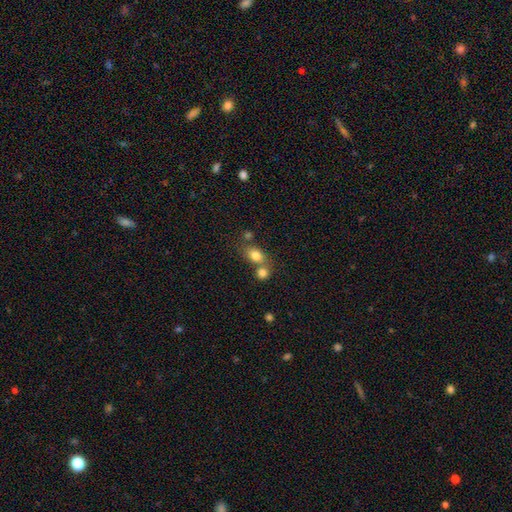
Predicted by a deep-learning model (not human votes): A smooth galaxy with no disk features (80%) that is in between round and cigar-shaped (55%). Merging: none (45%).